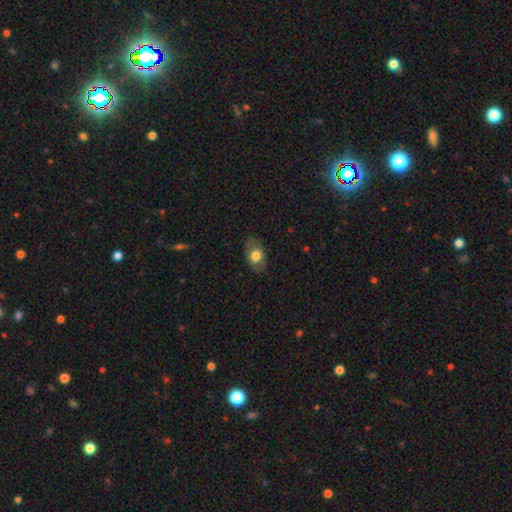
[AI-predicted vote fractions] The model was most divided on "smooth or featured": smooth: 68%, featured or disk: 25%, star or artifact: 7%. More confident: how rounded — in between (82%); merging — none (80%).